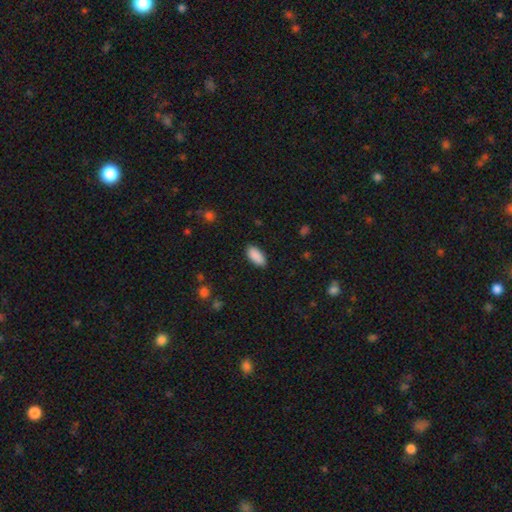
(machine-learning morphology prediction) Smooth or featured? Predicted: smooth (p=0.90). How rounded? Predicted: in between (p=0.92). Merging? Predicted: none (p=0.88).